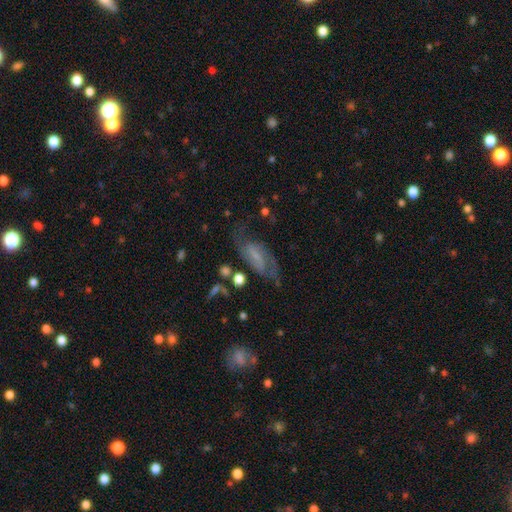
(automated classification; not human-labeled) Overall: featured or disk (77%). Edge-on disk: no (95%). Bar: weak (48%; strong 30%). Spiral arms: yes (93%). Spiral arm count: 2 (87%). Spiral winding: medium (52%; loose 27%). Bulge size: small (43%; none 36%). Merging: none (65%).